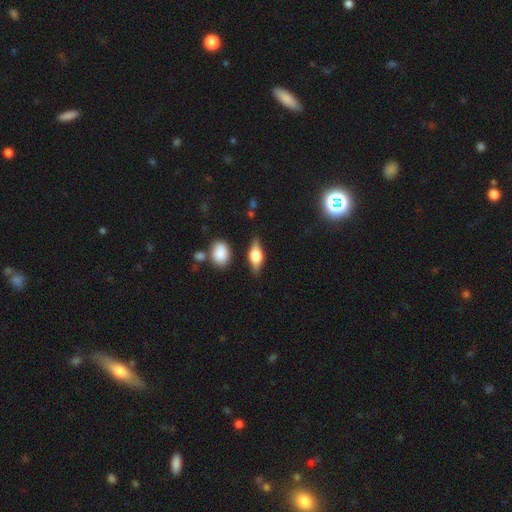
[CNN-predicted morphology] This is possibly a featured or disk galaxy (48%). Merging: clearly none (80%).